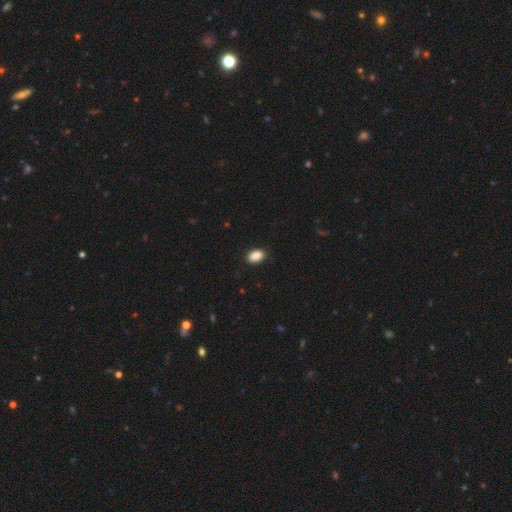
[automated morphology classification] The model was most divided on "merging": none: 87%, minor disturbance: 10%, major disturbance: 2%, merger: 1%. More confident: how rounded — in between (90%); smooth or featured — smooth (89%).